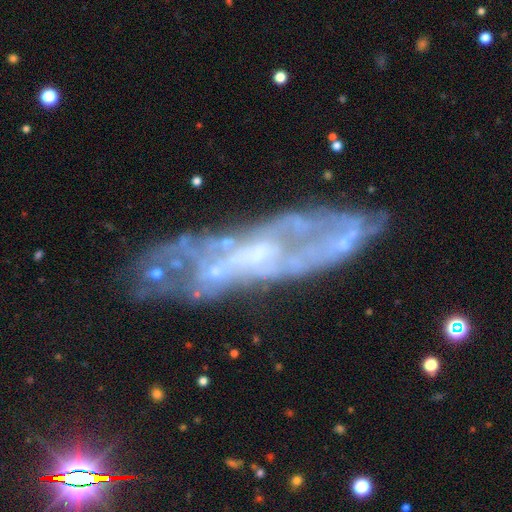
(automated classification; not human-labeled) A featured or disk galaxy (76%) with no bar (59%), spiral arms (60%) and a small central bulge (54%). Merging: none (67%).